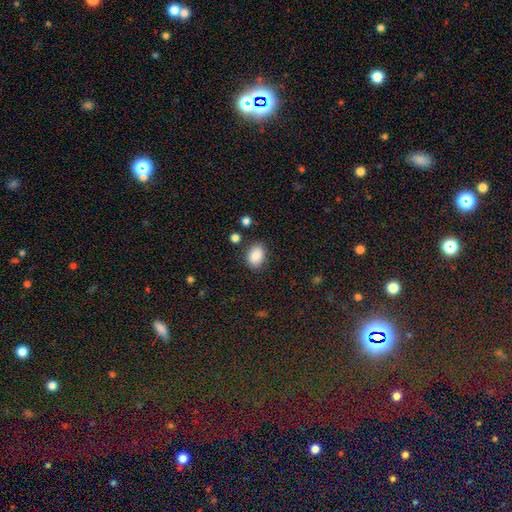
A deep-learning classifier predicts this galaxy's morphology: Q: Smooth or featured?
A: smooth (86%); runner-up: star or artifact (8%)
Q: How rounded?
A: in between (73%); runner-up: round (26%)
Q: Merging?
A: none (84%); runner-up: minor disturbance (11%)